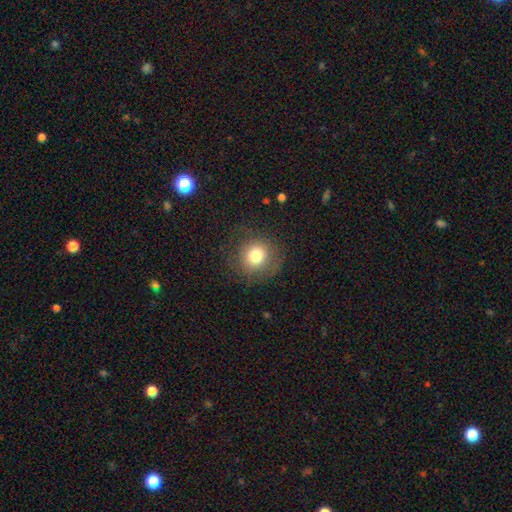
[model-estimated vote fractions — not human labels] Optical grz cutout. It shows a smooth galaxy with no disk features (75%) that is round (89%). Merging: none (77%).